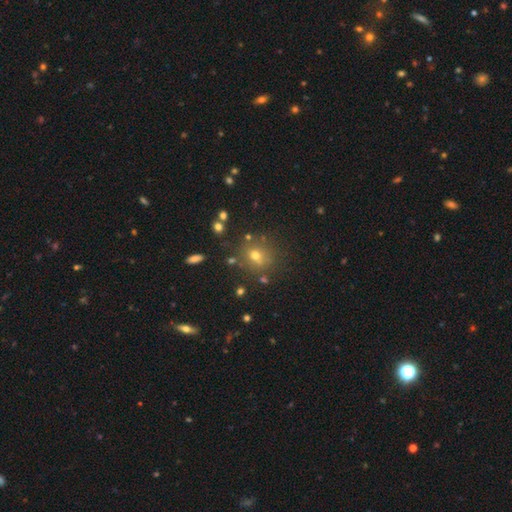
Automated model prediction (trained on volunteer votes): Morphology: type=smooth (63%); roundness=round (81%); merging=none (78%).